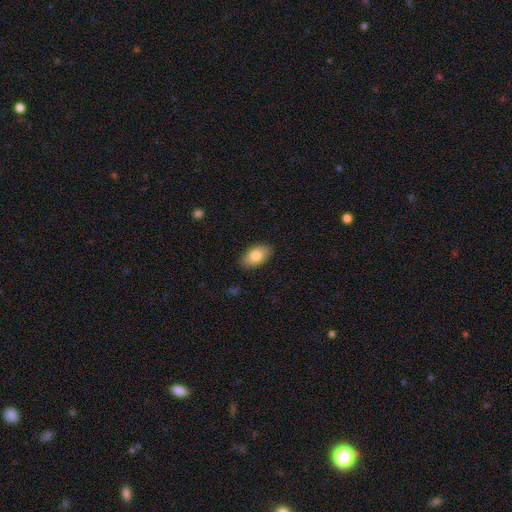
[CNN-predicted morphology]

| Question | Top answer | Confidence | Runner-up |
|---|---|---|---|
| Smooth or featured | smooth | 81% | featured or disk (12%) |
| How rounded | in between | 93% | round (5%) |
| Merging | none | 87% | minor disturbance (9%) |